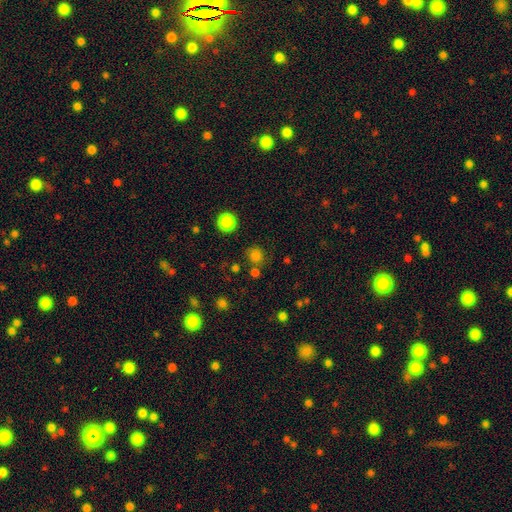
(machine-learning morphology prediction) smooth 77%, star or artifact 18%, featured or disk 5%. Down the decision tree: how rounded — round (88%); merging — none (75%).